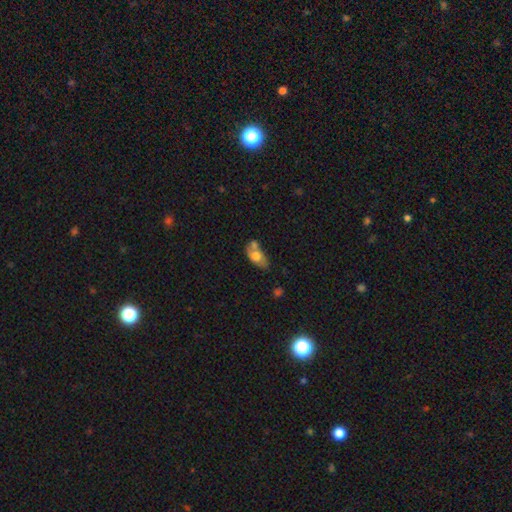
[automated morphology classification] smooth 64%, featured or disk 28%, star or artifact 8%. Down the decision tree: how rounded — in between (87%); merging — merger (38%).